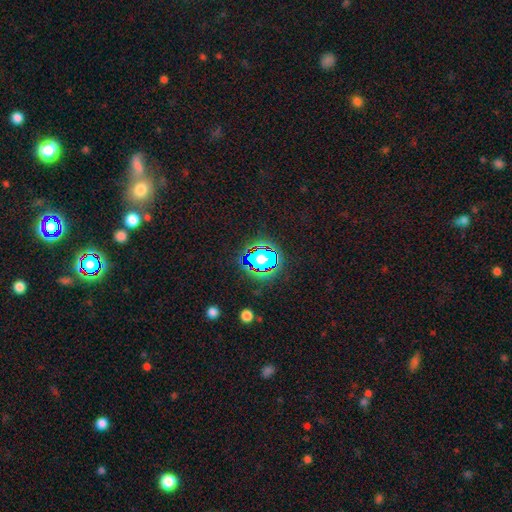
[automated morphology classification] Smooth or featured? star or artifact (76%)